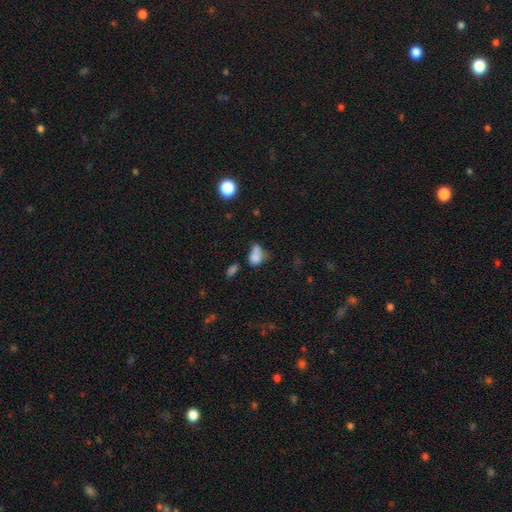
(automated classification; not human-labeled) A smooth galaxy with no disk features (75%) that is in between round and cigar-shaped (66%).

Vote fractions:
- Smooth or featured? smooth: 75% / star or artifact: 13% / featured or disk: 12%
- How rounded? in between: 66% / round: 31% / cigar-shaped: 3%
- Merging? merger: 39% / none: 28% / minor disturbance: 19% / major disturbance: 14%